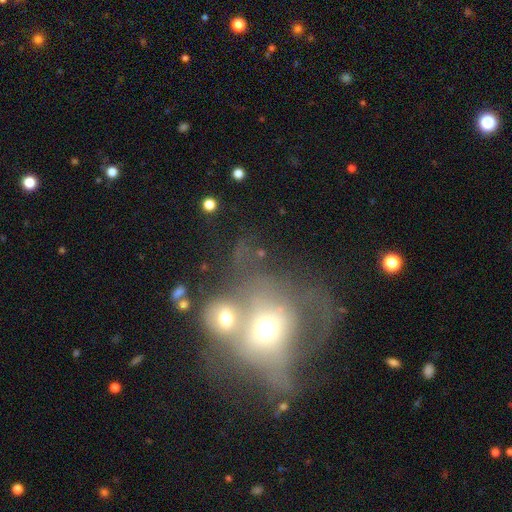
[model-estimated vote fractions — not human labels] Q: Smooth or featured?
A: featured or disk (43%); runner-up: smooth (34%)
Q: Merging?
A: merger (49%); runner-up: major disturbance (23%)